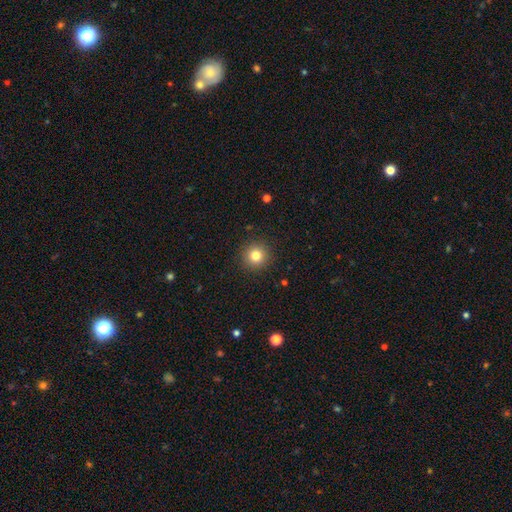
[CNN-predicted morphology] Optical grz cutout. It shows a smooth galaxy with no disk features (81%) that is round (95%). Merging: none (91%).